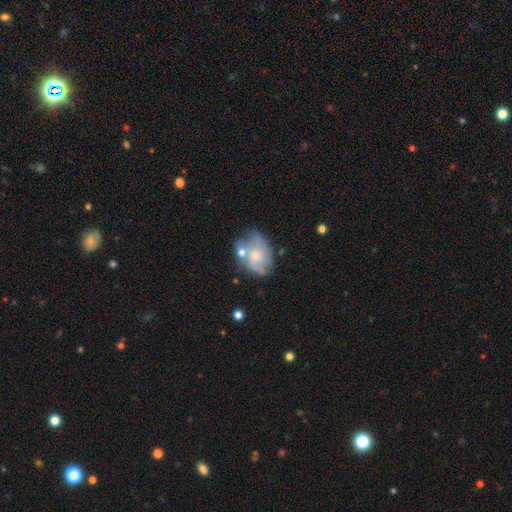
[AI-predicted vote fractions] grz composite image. It shows a featured or disk galaxy (58%) with no bar (79%), spiral arms (69%) and a small central bulge (49%). Merging: none (48%).